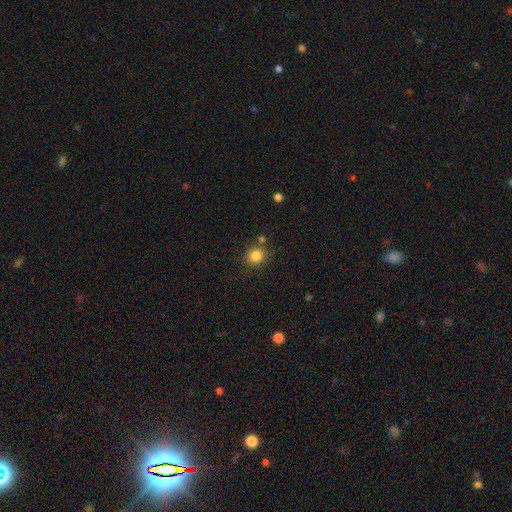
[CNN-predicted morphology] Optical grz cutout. It shows a smooth galaxy with no disk features (83%) that is round (84%). Merging: none (80%).